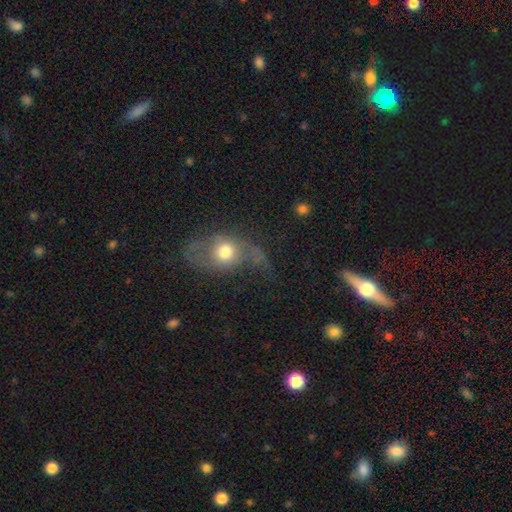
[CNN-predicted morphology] Smooth or featured? Predicted: featured or disk (p=0.49). Merging? Predicted: none (p=0.39).